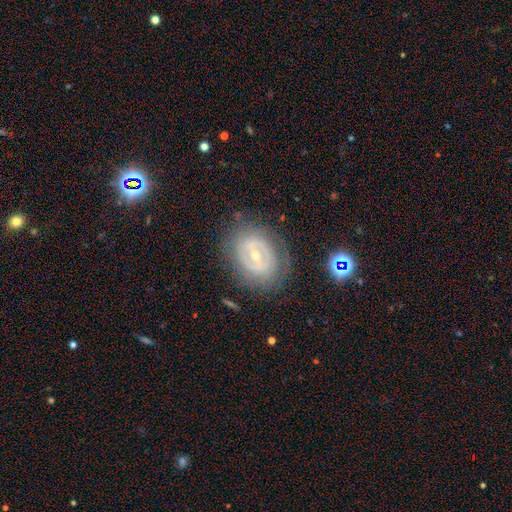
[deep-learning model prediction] Morphology: type=featured or disk (72%); edge-on=no (95%); bar=weak (42%); spiral arms=no (51%); bulge=small (60%); merging=none (77%).